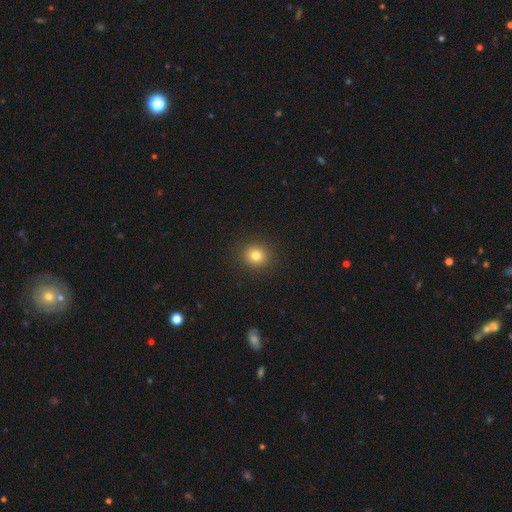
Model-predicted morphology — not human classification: smooth_or_featured: smooth (p=0.81) [alt: star or artifact p=0.13]
how_rounded: round (p=0.84) [alt: in between p=0.15]
merging: none (p=0.91) [alt: minor disturbance p=0.06]